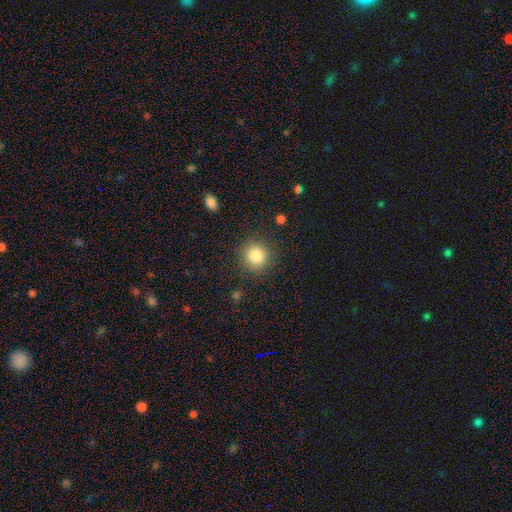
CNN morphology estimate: Smooth or featured? Predicted: smooth (p=0.83). How rounded? Predicted: round (p=0.90). Merging? Predicted: none (p=0.87).